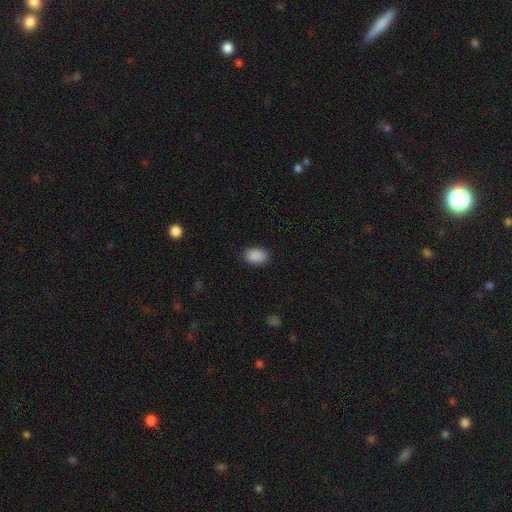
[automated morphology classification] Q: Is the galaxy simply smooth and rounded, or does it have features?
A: smooth — 90%.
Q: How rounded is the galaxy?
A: in between — 87%.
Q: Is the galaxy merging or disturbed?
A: none — 88%.